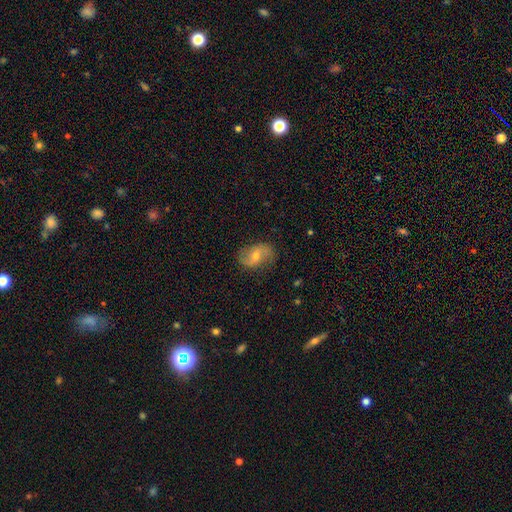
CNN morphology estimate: Smooth or featured? Predicted: featured or disk (p=0.67). Edge-on disk? Predicted: no (p=0.96). Bar? Predicted: no (p=0.47). Spiral arms? Predicted: yes (p=0.88). Spiral winding? Predicted: loose (p=0.56). Spiral arm count? Predicted: 2 (p=0.89). Bulge size? Predicted: moderate (p=0.55). Merging? Predicted: none (p=0.80).